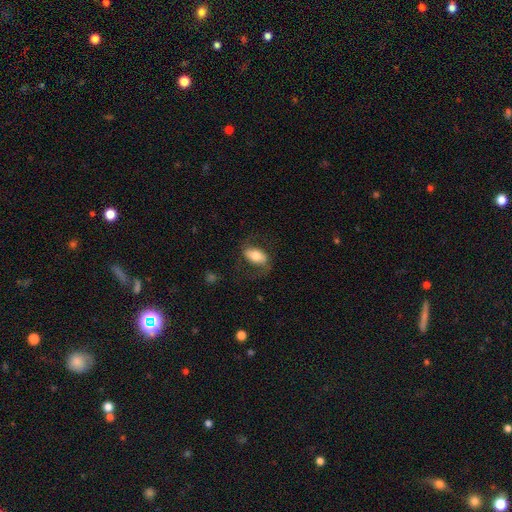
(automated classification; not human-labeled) Overall: smooth (63%; featured or disk 30%). How rounded: in between (90%). Merging: none (67%).